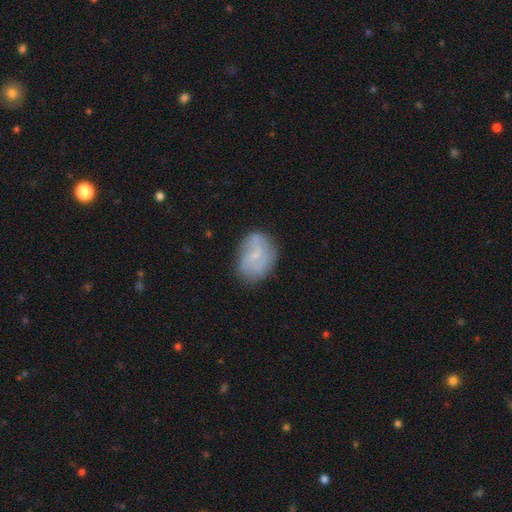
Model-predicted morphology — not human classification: A featured or disk galaxy (54%) with no bar (48%), spiral arms (74%) and a small central bulge (68%). Merging: none (68%).